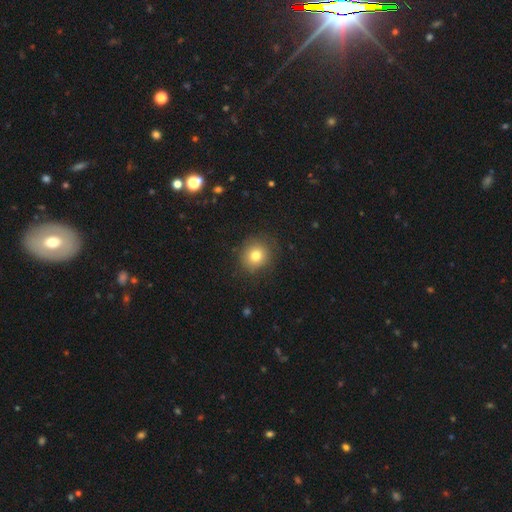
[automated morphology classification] type=smooth (78%); roundness=round (86%); merging=none (84%).